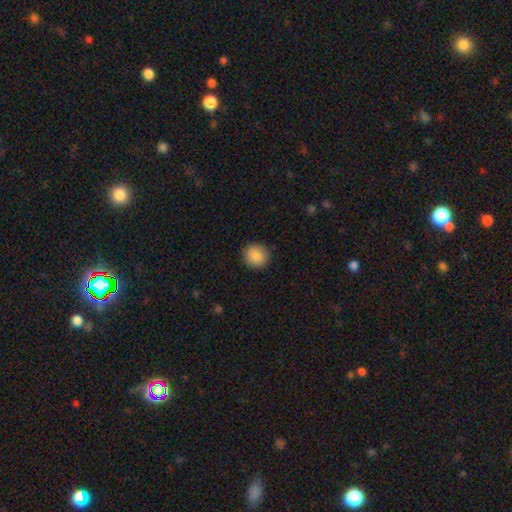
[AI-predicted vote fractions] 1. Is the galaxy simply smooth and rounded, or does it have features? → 88% smooth, 8% star or artifact, 4% featured or disk.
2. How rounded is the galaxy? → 91% round, 8% in between, 1% cigar-shaped.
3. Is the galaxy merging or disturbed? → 90% none, 7% minor disturbance, 2% major disturbance, 1% merger.